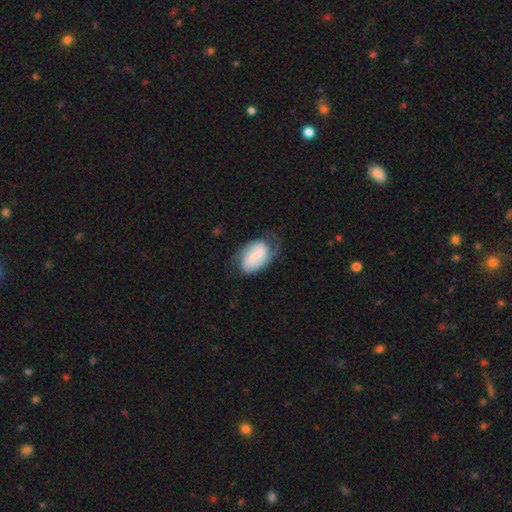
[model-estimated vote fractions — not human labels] This appears to be a featured or disk galaxy (60%) with a weak bar (49%), 2 (77%) medium (42%) spiral arms (88%) and a small central bulge (51%). Merging: none (54%).